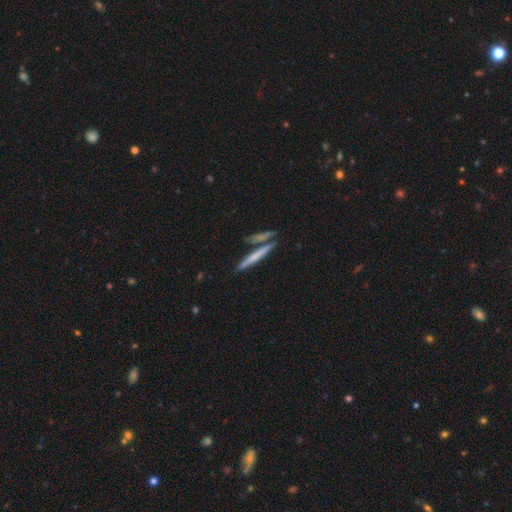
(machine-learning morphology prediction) Smooth or featured? Predicted: smooth (p=0.57). How rounded? Predicted: cigar-shaped (p=0.93). Merging? Predicted: none (p=0.73).